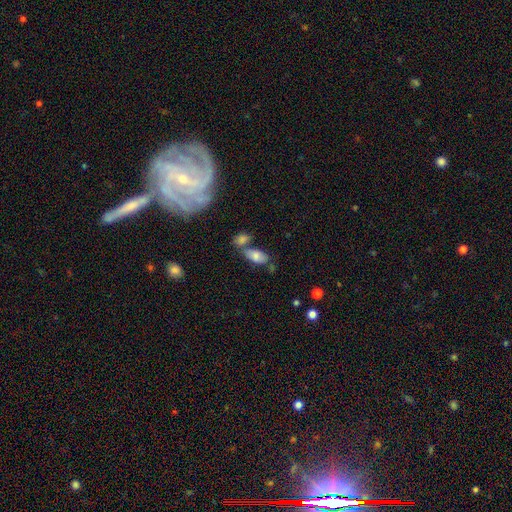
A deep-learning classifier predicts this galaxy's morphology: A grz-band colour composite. It shows a smooth galaxy with no disk features (72%) that is in between round and cigar-shaped (89%). Merging: none (52%).